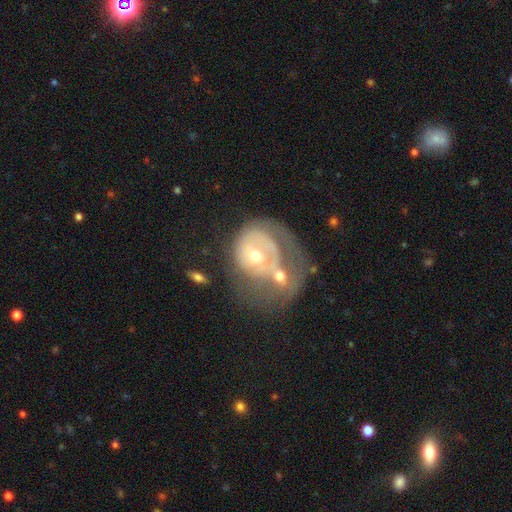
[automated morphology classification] Smooth or featured?
  - featured or disk: 68% *
  - smooth: 25%
  - star or artifact: 7%
Edge-on disk?
  - no: 97% *
  - yes: 3%
Bar?
  - no: 79% *
  - weak: 17%
  - strong: 4%
Spiral arms?
  - yes: 54% *
  - no: 46%
Bulge size?
  - moderate: 57% *
  - small: 37%
  - large: 3%
  - none: 2%
  - dominant: 1%
Merging?
  - merger: 52% *
  - major disturbance: 22%
  - none: 16%
  - minor disturbance: 10%